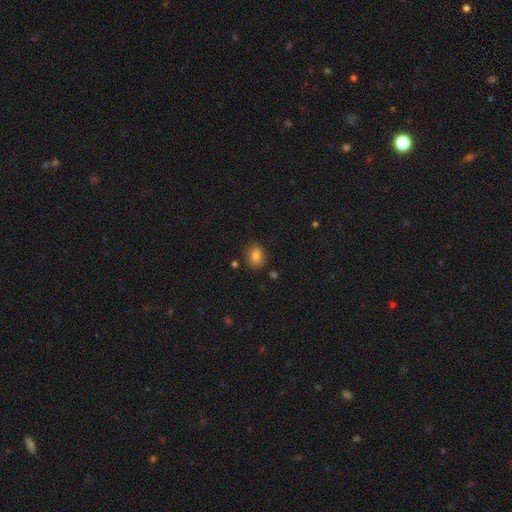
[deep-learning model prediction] Q: Smooth or featured?
A: smooth (82%); runner-up: star or artifact (11%)
Q: How rounded?
A: in between (54%); runner-up: round (45%)
Q: Merging?
A: none (81%); runner-up: minor disturbance (13%)